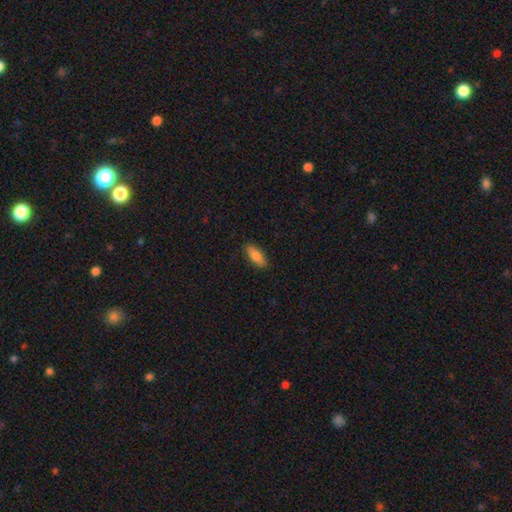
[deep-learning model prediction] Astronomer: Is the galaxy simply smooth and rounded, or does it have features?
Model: smooth — 81%.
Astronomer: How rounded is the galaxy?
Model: in between — 76%.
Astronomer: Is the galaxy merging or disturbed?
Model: none — 87%.